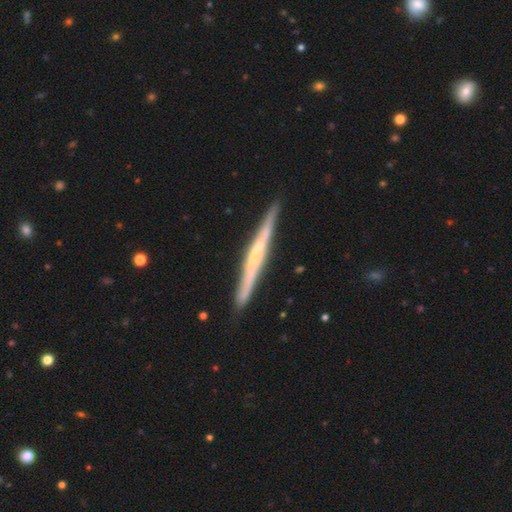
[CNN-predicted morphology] smooth_or_featured: featured or disk (p=0.67) [alt: smooth p=0.28]
disk_edge_on: yes (p=0.97) [alt: no p=0.03]
edge_on_bulge: none (p=0.64) [alt: rounded p=0.21]
merging: none (p=0.88) [alt: minor disturbance p=0.09]